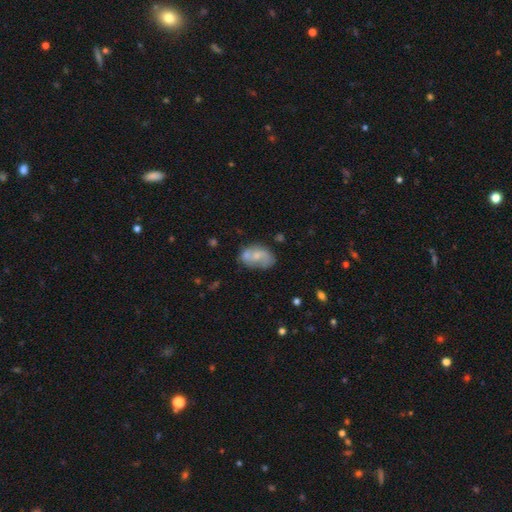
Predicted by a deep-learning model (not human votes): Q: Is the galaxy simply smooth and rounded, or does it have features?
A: featured or disk — 48%.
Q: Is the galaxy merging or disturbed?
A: none — 51%.